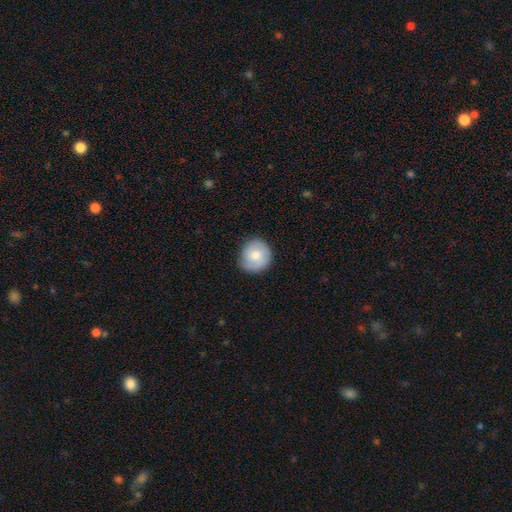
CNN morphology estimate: This is likely a smooth galaxy (72%). How rounded: clearly round (85%). Merging: likely none (80%).